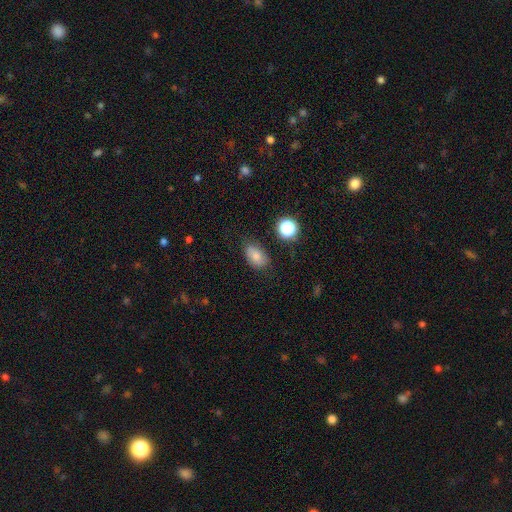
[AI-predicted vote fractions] Smooth or featured?
  - smooth: 78% *
  - star or artifact: 12%
  - featured or disk: 10%
How rounded?
  - in between: 85% *
  - round: 13%
  - cigar-shaped: 2%
Merging?
  - none: 73% *
  - minor disturbance: 20%
  - major disturbance: 5%
  - merger: 3%